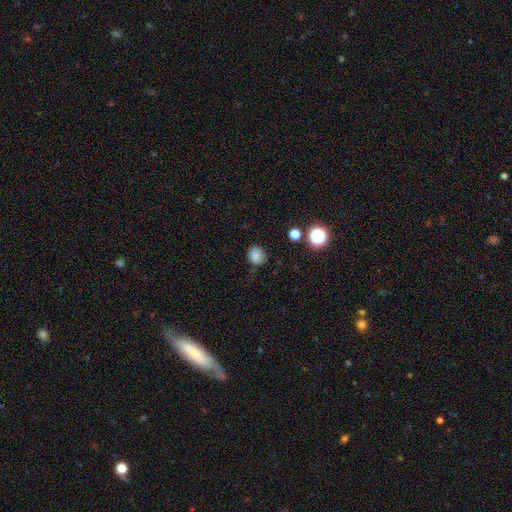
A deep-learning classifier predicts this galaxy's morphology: A smooth galaxy with no disk features (82%) that is round (78%). Merging: none (72%).